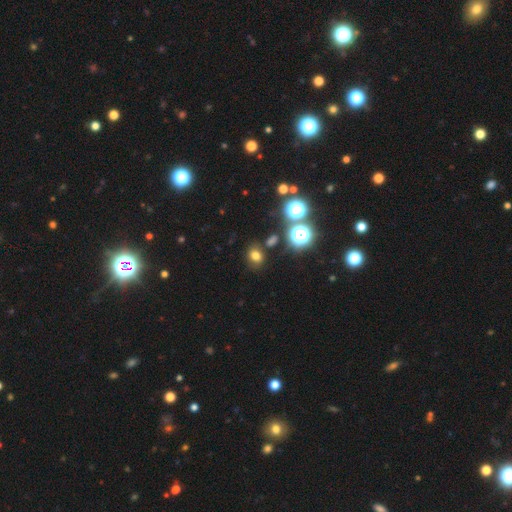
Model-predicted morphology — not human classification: This appears to be a smooth galaxy with no disk features (69%) that is round (62%). Merging: none (81%).